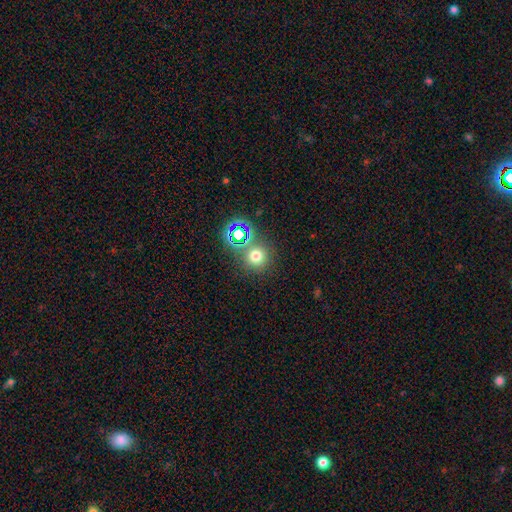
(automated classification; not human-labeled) This is likely a smooth galaxy (68%). How rounded: clearly round (91%). Merging: likely none (74%).